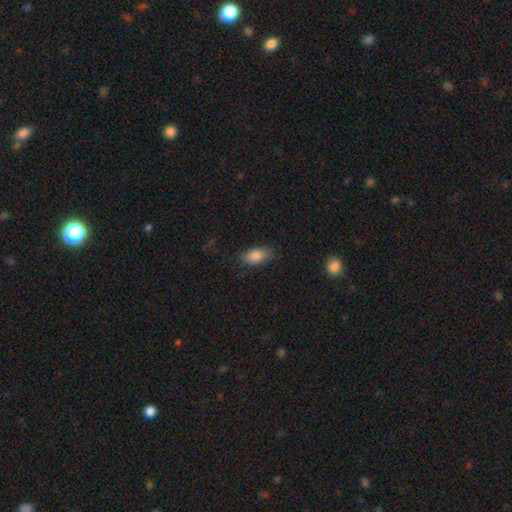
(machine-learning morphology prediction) smooth 86%, star or artifact 8%, featured or disk 6%. Down the decision tree: how rounded — in between (91%); merging — none (82%).